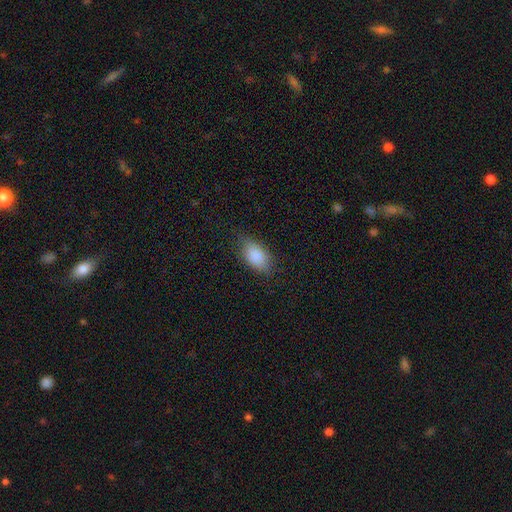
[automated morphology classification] smooth-or-featured: smooth: 87% | star or artifact: 7% | featured or disk: 6%
  how-rounded: in between: 92% | round: 5% | cigar-shaped: 3%
  merging: none: 77% | minor disturbance: 18% | major disturbance: 5% | merger: 1%